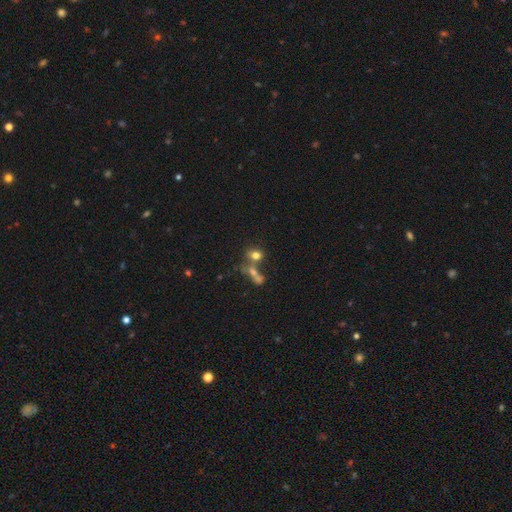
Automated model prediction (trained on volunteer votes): This appears to be a smooth galaxy with no disk features (68%) that is round (55%). Merging: merger (48%).